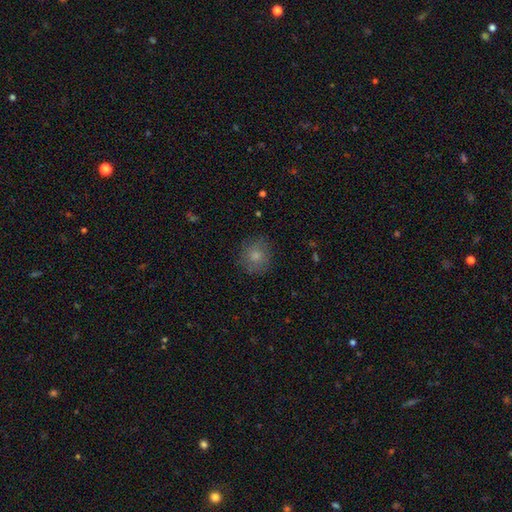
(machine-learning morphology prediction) smooth-or-featured: smooth: 79% | featured or disk: 12% | star or artifact: 9%
  how-rounded: round: 86% | in between: 13% | cigar-shaped: 1%
  merging: none: 82% | minor disturbance: 13% | major disturbance: 4% | merger: 1%